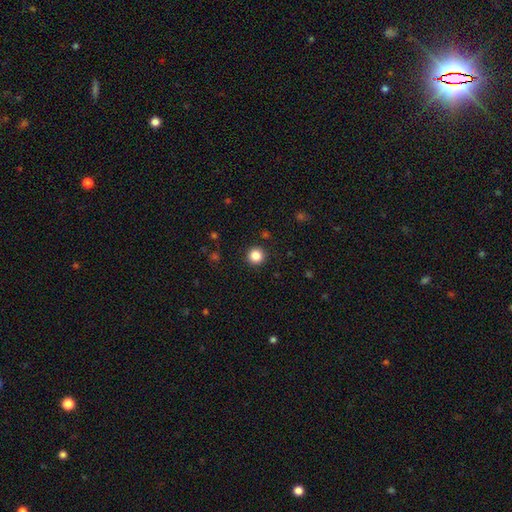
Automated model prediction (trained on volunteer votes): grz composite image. It shows a smooth galaxy with no disk features (85%) that is round (95%). Merging: none (92%).